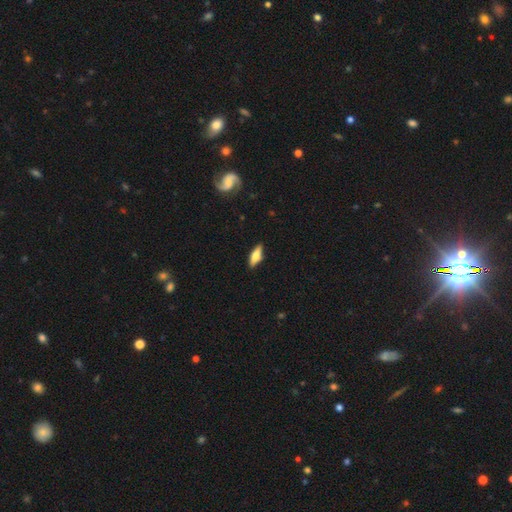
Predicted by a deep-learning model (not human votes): Overall: smooth (65%; featured or disk 29%). How rounded: in between (59%; cigar-shaped 38%). Merging: none (86%).